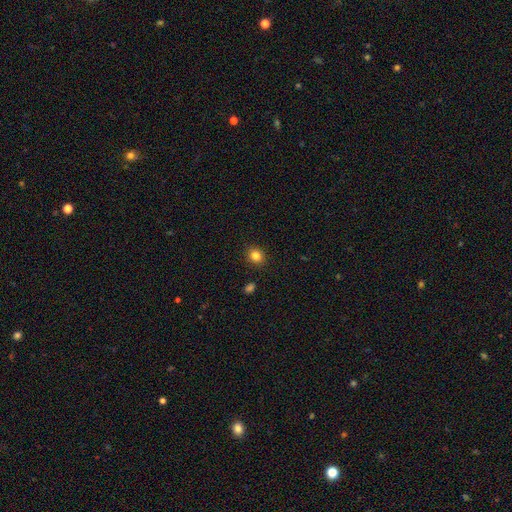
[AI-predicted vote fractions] The model was most divided on "how rounded": round: 75%, in between: 24%, cigar-shaped: 1%. More confident: merging — none (90%); smooth or featured — smooth (83%).